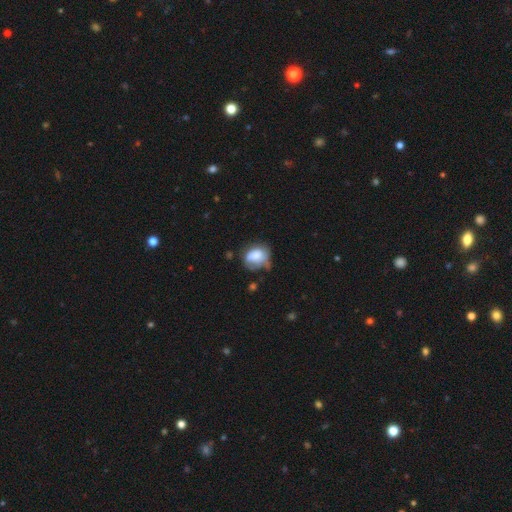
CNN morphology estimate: A smooth galaxy with no disk features (71%) that is in between round and cigar-shaped (57%).

Vote fractions:
- Smooth or featured? smooth: 71% / featured or disk: 20% / star or artifact: 9%
- How rounded? in between: 57% / round: 42% / cigar-shaped: 1%
- Merging? minor disturbance: 36% / none: 35% / major disturbance: 22% / merger: 7%